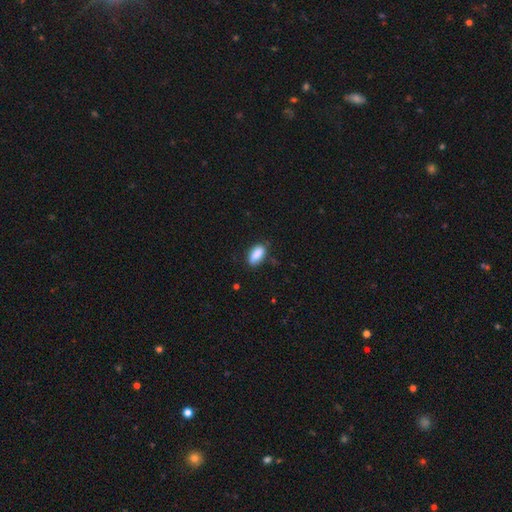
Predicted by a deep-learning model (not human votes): A smooth galaxy with no disk features (86%) that is in between round and cigar-shaped (87%).

Vote fractions:
- Smooth or featured? smooth: 86% / star or artifact: 7% / featured or disk: 7%
- How rounded? in between: 87% / cigar-shaped: 10% / round: 3%
- Merging? none: 73% / minor disturbance: 21% / major disturbance: 4% / merger: 2%